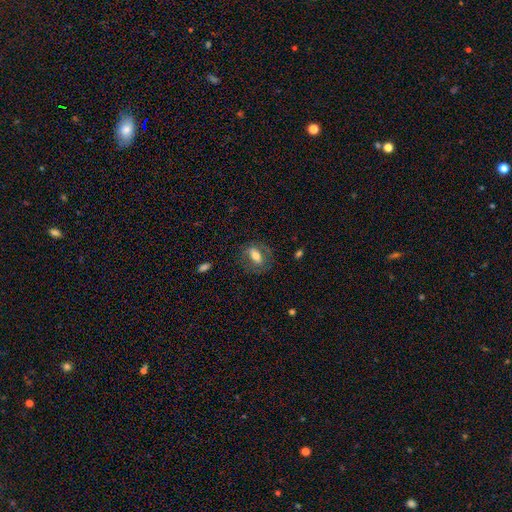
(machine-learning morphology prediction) Overall: smooth (61%; featured or disk 31%). How rounded: in between (79%). Merging: none (70%).